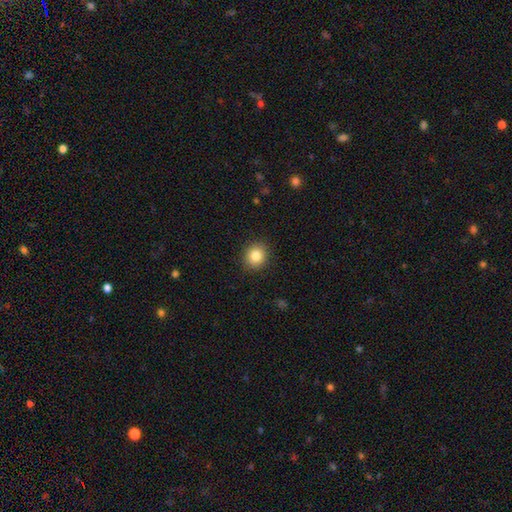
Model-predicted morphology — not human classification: Smooth or featured? smooth (84%)
How rounded? round (82%)
Merging? none (91%)